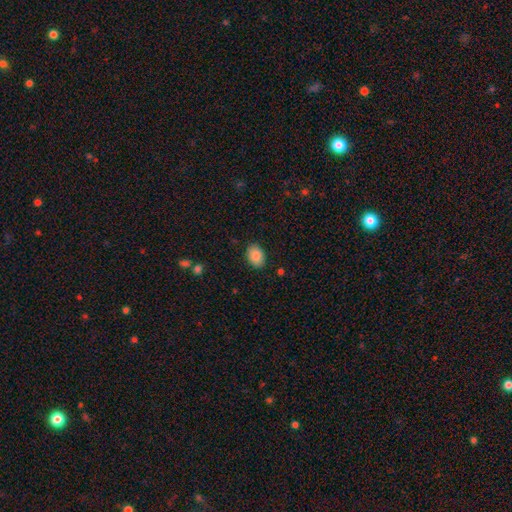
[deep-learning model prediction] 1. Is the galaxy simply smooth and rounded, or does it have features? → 87% smooth, 7% star or artifact, 6% featured or disk.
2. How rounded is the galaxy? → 81% in between, 18% round, 1% cigar-shaped.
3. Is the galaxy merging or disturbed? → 87% none, 9% minor disturbance, 2% major disturbance, 1% merger.